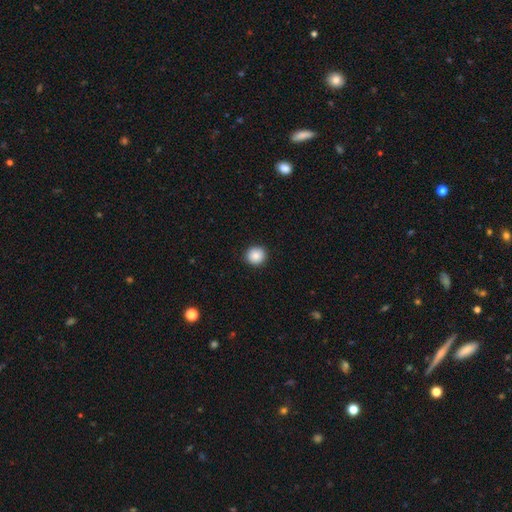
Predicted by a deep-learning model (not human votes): This is clearly a smooth galaxy (87%). How rounded: clearly round (93%). Merging: clearly none (92%).